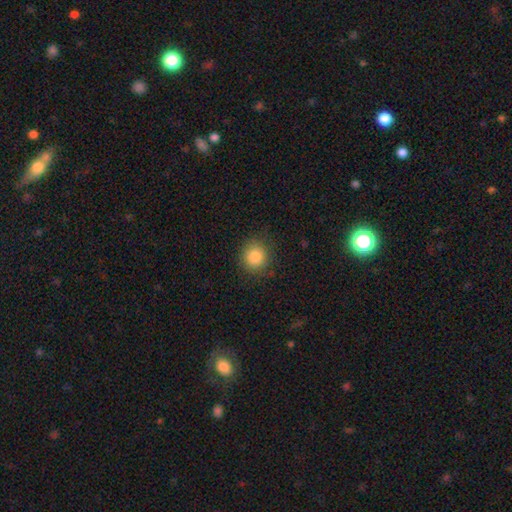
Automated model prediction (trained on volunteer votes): Q: Smooth or featured?
A: smooth (86%); runner-up: star or artifact (10%)
Q: How rounded?
A: round (86%); runner-up: in between (14%)
Q: Merging?
A: none (86%); runner-up: minor disturbance (10%)